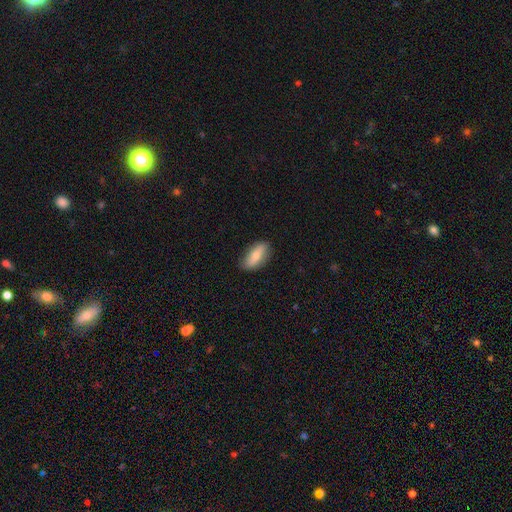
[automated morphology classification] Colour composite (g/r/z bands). It shows a smooth galaxy with no disk features (62%) that is in between round and cigar-shaped (78%). Merging: none (82%).